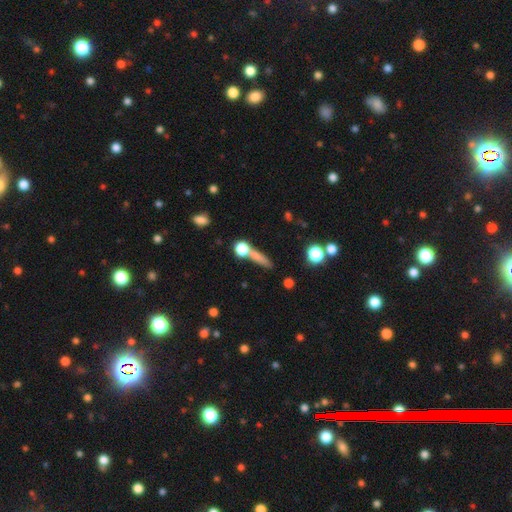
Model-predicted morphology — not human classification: smooth 68%, featured or disk 19%, star or artifact 13%. Down the decision tree: how rounded — cigar-shaped (68%); merging — none (58%).